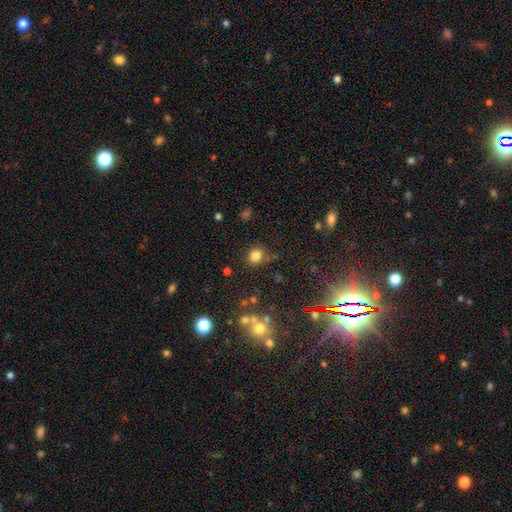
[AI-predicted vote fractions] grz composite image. It shows a smooth galaxy with no disk features (80%) that is round (77%). Merging: none (80%).